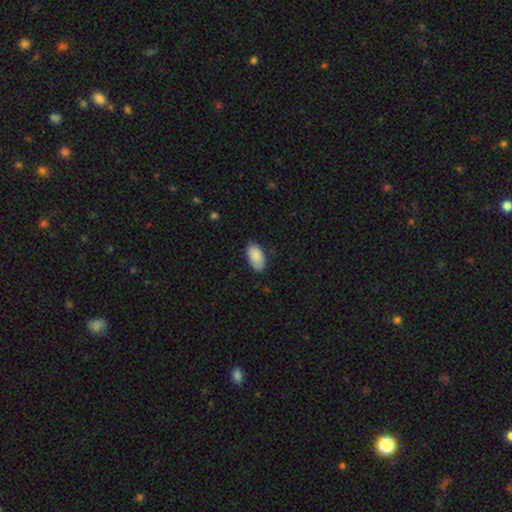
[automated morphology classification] Smooth or featured? Predicted: smooth (p=0.88). How rounded? Predicted: in between (p=0.95). Merging? Predicted: none (p=0.78).